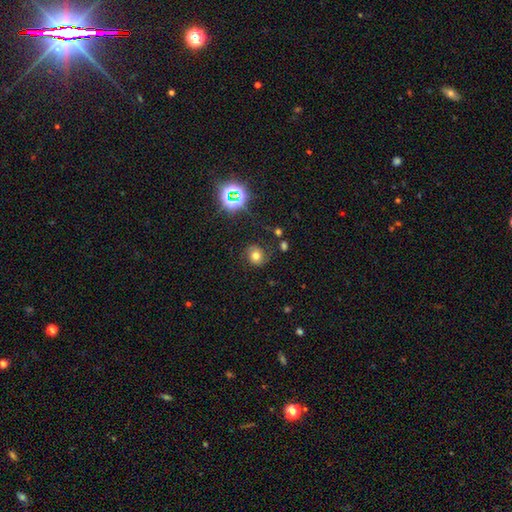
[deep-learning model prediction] Smooth or featured: smooth — 54% (featured or disk — 25%)
How rounded: round — 79% (in between — 20%)
Merging: none — 75% (minor disturbance — 15%)